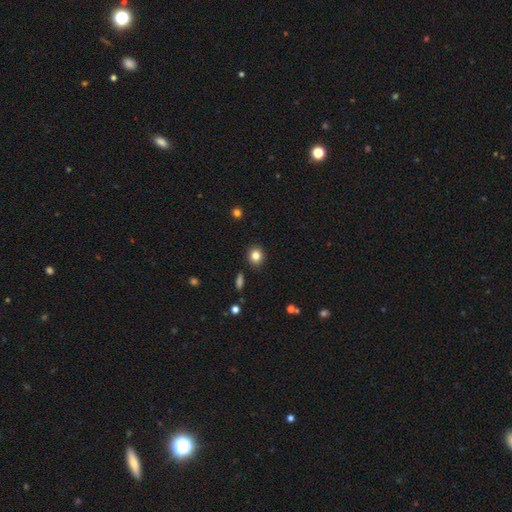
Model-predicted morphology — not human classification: Smooth or featured? smooth (82%)
How rounded? round (83%)
Merging? none (90%)